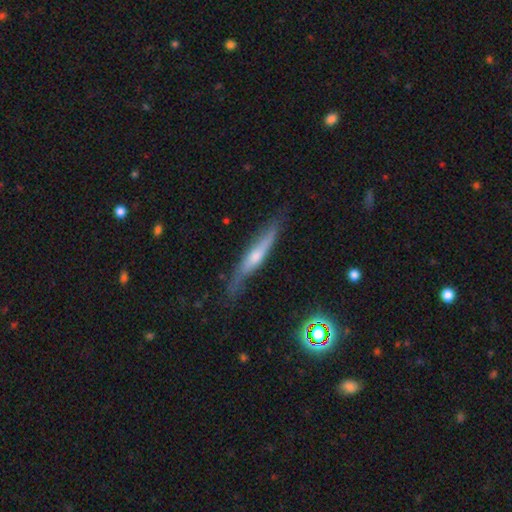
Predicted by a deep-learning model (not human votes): featured or disk 57%, smooth 35%, star or artifact 7%. Down the decision tree: edge-on disk — yes (87%); edge-on bulge — rounded (68%); merging — none (70%).